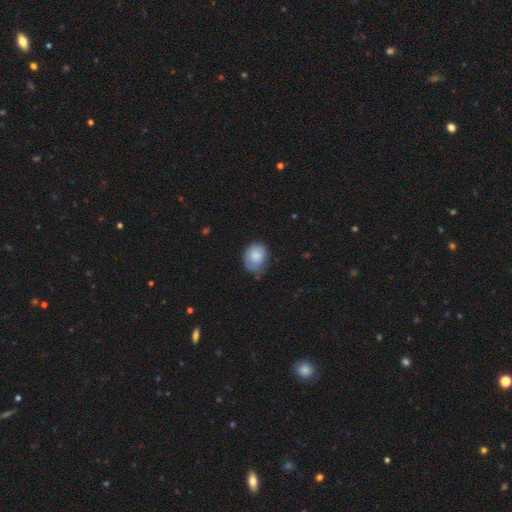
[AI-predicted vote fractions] Smooth or featured? smooth (77%)
How rounded? in between (52%)
Merging? none (53%)